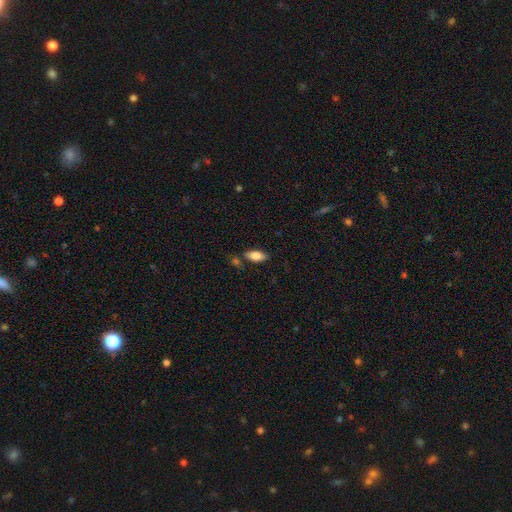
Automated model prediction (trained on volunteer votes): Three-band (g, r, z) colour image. It shows a smooth galaxy with no disk features (78%) that is in between round and cigar-shaped (85%). Merging: none (77%).